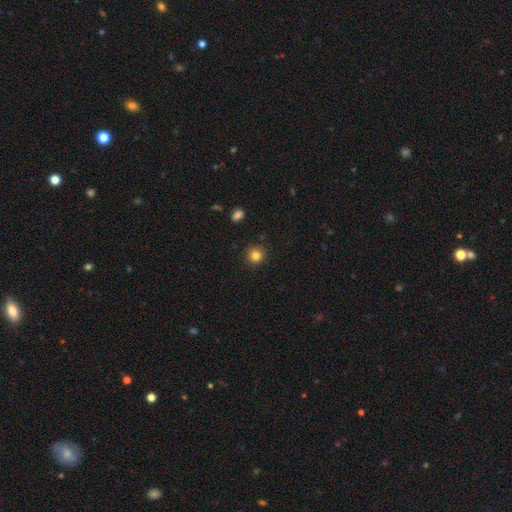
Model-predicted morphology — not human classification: smooth 83%, star or artifact 12%, featured or disk 5%. Down the decision tree: how rounded — round (92%); merging — none (90%).